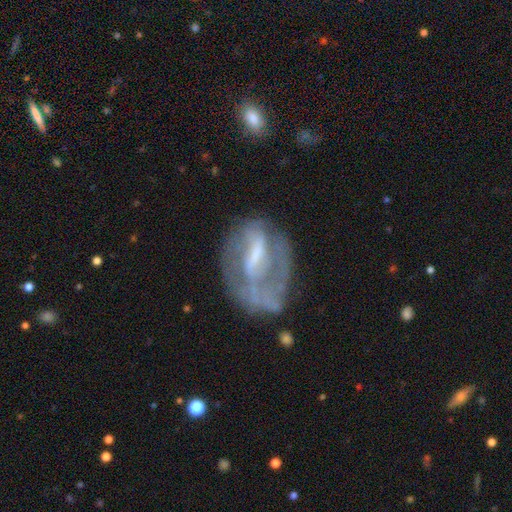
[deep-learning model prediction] smooth-or-featured: featured or disk: 68% | smooth: 23% | star or artifact: 8%
  disk-edge-on: no: 95% | yes: 5%
    bar: weak: 38% (tied) | strong: 38% (tied) | no: 24%
    has-spiral-arms: yes: 50% (tied) | no: 50% (tied)
    bulge-size: none: 31% (tied) | moderate: 31% (tied) | small: 29% | large: 8% | dominant: 2%
  merging: none: 40% | major disturbance: 31% | minor disturbance: 23% | merger: 5%